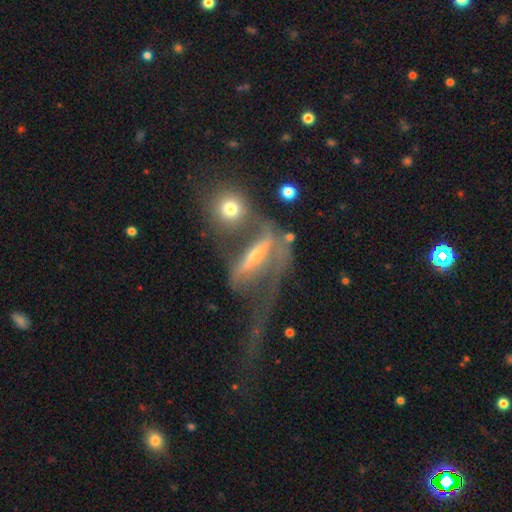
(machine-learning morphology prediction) This is likely a featured or disk galaxy (67%). It is likely not viewed edge-on (68%). Merging: marginally major disturbance (39%).